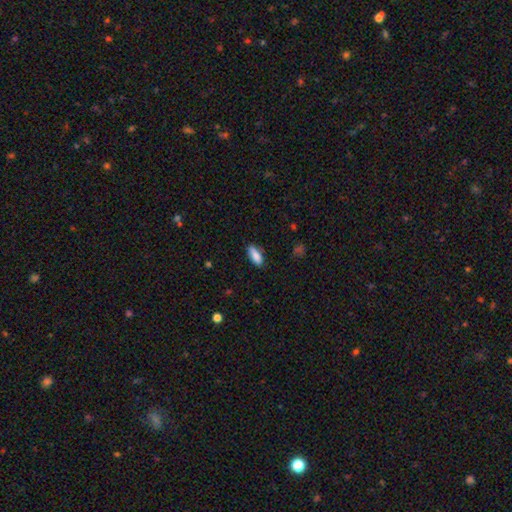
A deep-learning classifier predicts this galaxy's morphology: type=smooth (86%); roundness=in between (74%); merging=none (81%).